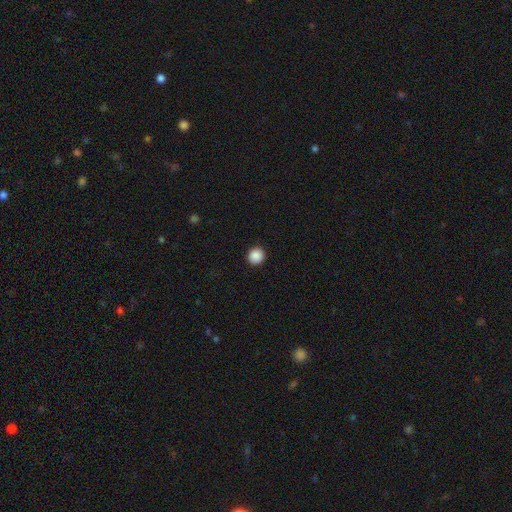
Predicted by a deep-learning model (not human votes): Overall: smooth (89%). How rounded: round (94%). Merging: none (92%).